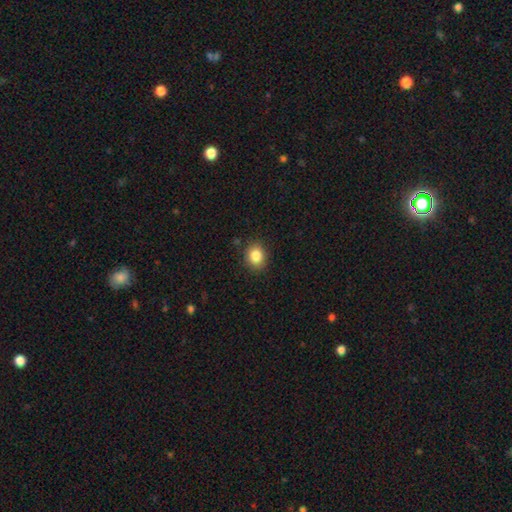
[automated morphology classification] smooth_or_featured: smooth (p=0.85) [alt: star or artifact p=0.10]
how_rounded: round (p=0.58) [alt: in between p=0.41]
merging: none (p=0.87) [alt: minor disturbance p=0.09]